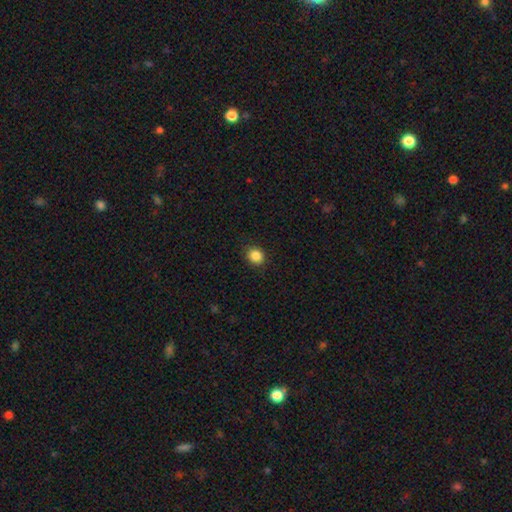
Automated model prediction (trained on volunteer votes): This appears to be a smooth galaxy with no disk features (86%) that is round (78%). Merging: none (90%).